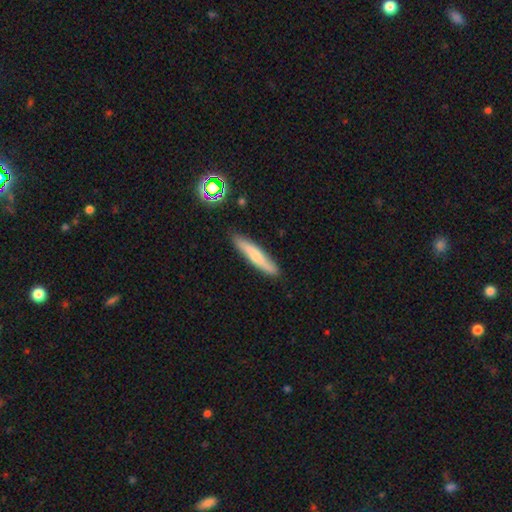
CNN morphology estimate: Smooth or featured? Predicted: smooth (p=0.63). How rounded? Predicted: cigar-shaped (p=0.90). Merging? Predicted: none (p=0.87).